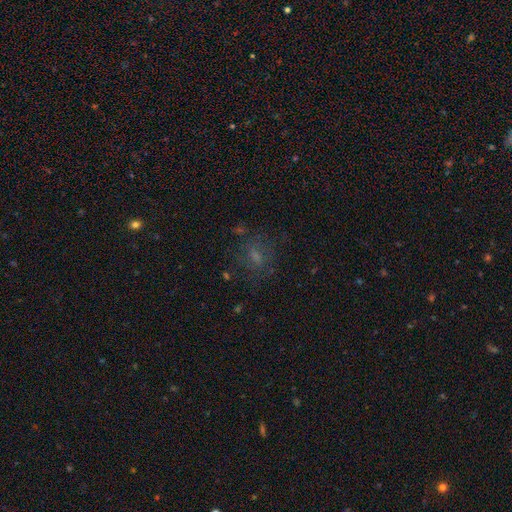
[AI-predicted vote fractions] Morphology: type=smooth (45%); merging=none (69%).